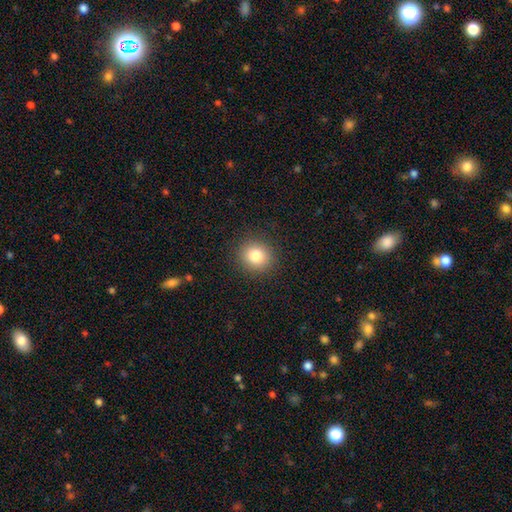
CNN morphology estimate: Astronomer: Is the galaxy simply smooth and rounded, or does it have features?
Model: smooth — 82%.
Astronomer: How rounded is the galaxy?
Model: round — 87%.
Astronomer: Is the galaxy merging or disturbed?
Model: none — 90%.